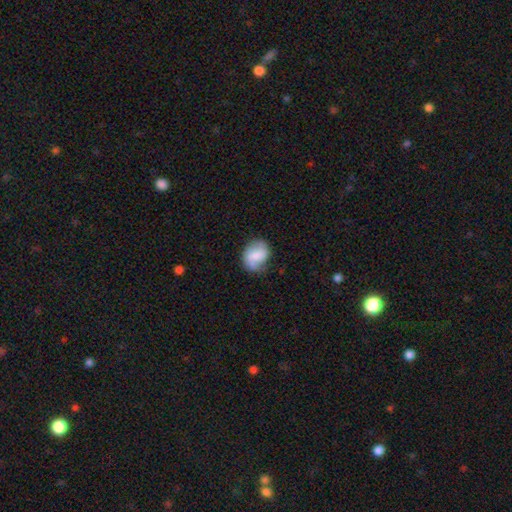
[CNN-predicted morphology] The model was most divided on "how rounded": in between: 51%, round: 48%, cigar-shaped: 1%. More confident: smooth or featured — smooth (65%); merging — none (61%).